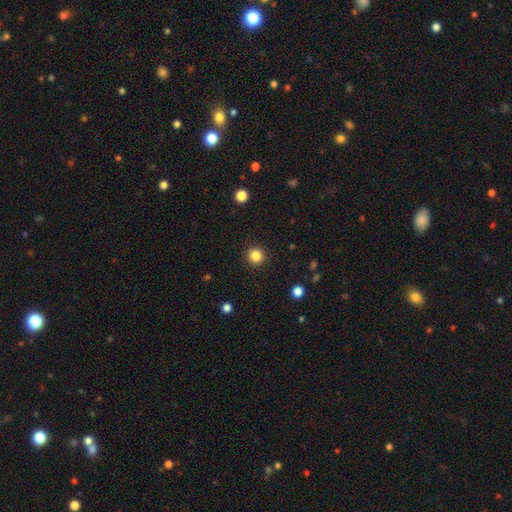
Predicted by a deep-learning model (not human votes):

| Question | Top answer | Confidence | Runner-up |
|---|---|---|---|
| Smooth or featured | smooth | 84% | star or artifact (12%) |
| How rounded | round | 95% | in between (4%) |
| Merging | none | 92% | minor disturbance (5%) |